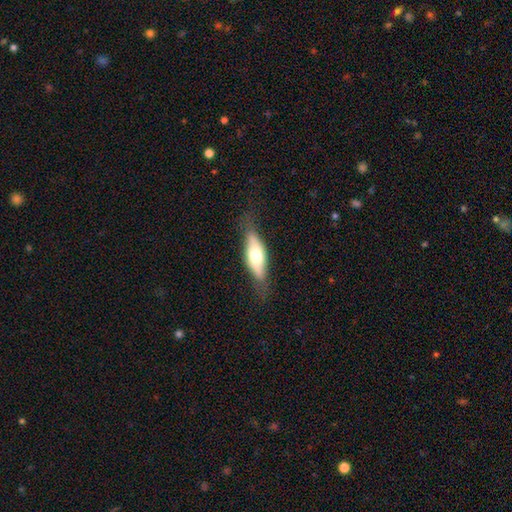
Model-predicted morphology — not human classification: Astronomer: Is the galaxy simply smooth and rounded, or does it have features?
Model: smooth — 53% (runner-up: featured or disk, 41%).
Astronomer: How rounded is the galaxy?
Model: in between — 67%.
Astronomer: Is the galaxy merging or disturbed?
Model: none — 69%.